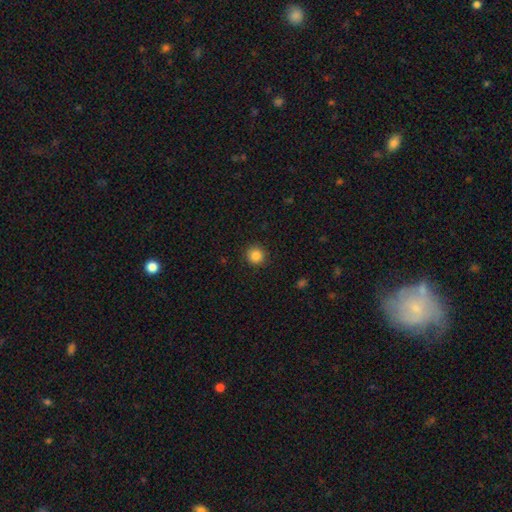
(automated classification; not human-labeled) A smooth galaxy with no disk features (86%) that is round (94%).

Vote fractions:
- Smooth or featured? smooth: 86% / star or artifact: 11% / featured or disk: 4%
- How rounded? round: 94% / in between: 5% / cigar-shaped: 1%
- Merging? none: 91% / minor disturbance: 6% / major disturbance: 2% / merger: 1%